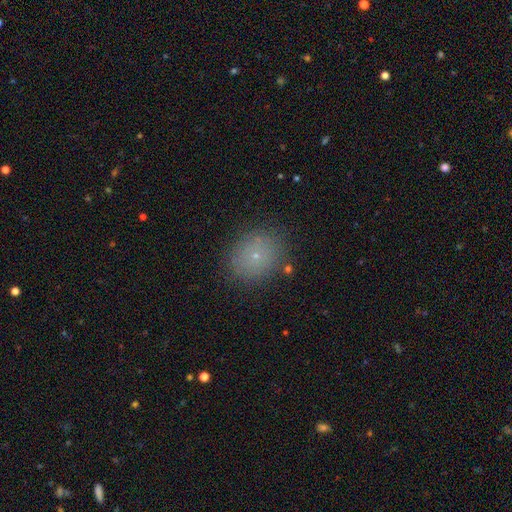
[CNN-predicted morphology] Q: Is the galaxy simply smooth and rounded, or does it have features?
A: smooth — 72%.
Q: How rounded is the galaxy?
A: round — 69%.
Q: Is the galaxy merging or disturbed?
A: none — 86%.